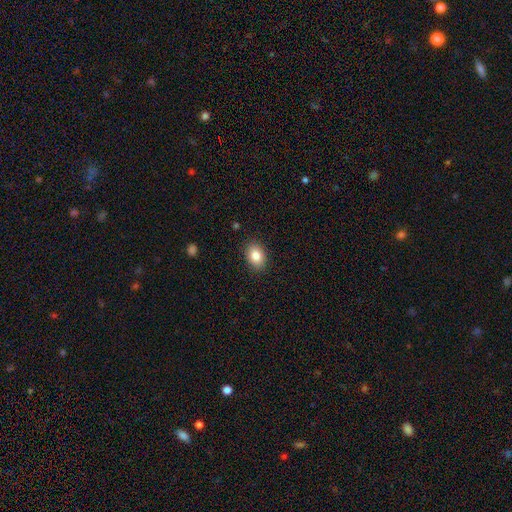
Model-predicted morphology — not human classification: Smooth or featured: smooth — 84% (star or artifact — 8%)
How rounded: in between — 76% (round — 23%)
Merging: none — 89% (minor disturbance — 8%)